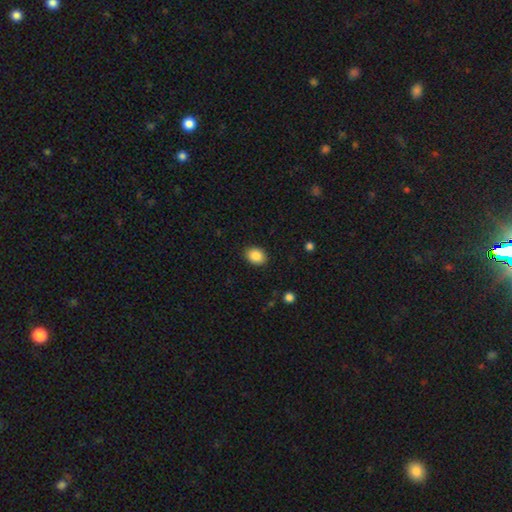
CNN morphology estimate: Smooth or featured? Predicted: smooth (p=0.88). How rounded? Predicted: in between (p=0.53). Merging? Predicted: none (p=0.89).